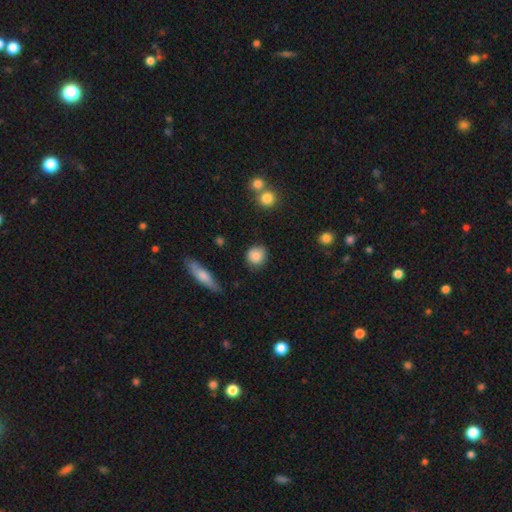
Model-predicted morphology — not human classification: type=smooth (86%); roundness=round (83%); merging=none (80%).